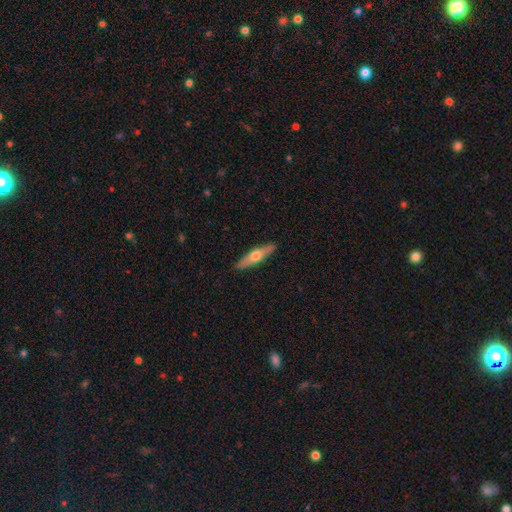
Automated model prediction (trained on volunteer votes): featured or disk 49%, smooth 46%, star or artifact 5%. Down the decision tree: merging — none (90%).